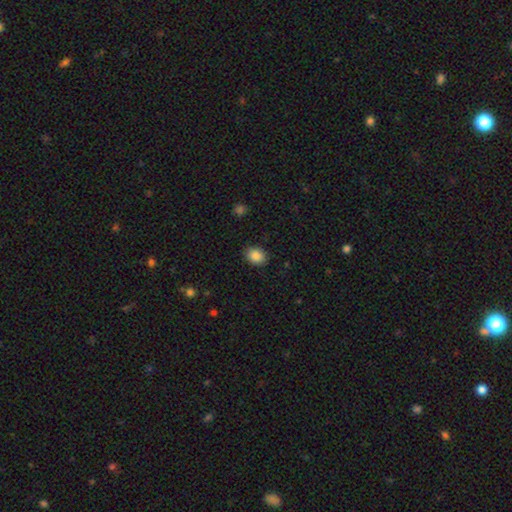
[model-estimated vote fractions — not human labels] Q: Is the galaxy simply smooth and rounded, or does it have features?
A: smooth — 87%.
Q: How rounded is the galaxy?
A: in between — 58%.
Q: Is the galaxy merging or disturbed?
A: none — 88%.